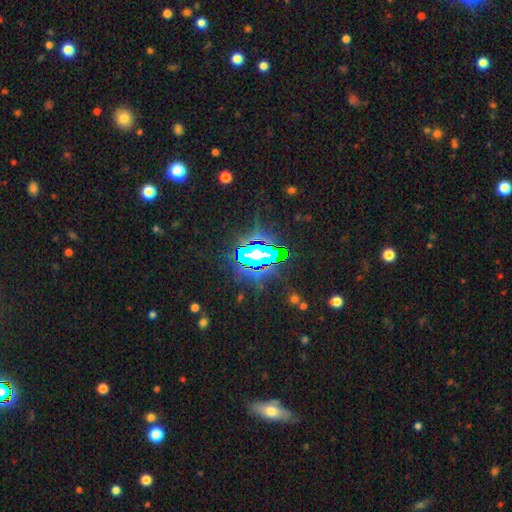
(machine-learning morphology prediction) Q: Smooth or featured?
A: star or artifact (74%); runner-up: smooth (14%)